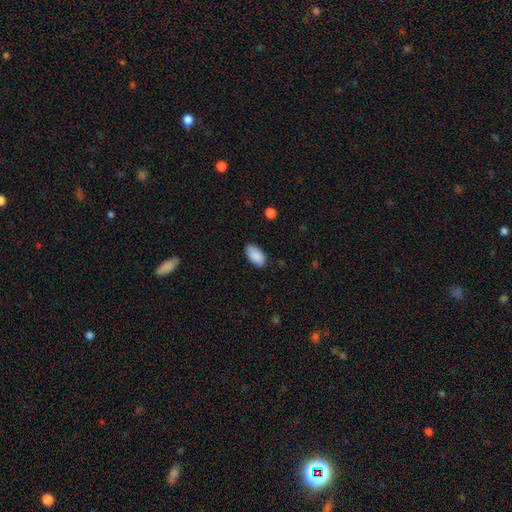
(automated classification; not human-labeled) This is clearly a smooth galaxy (90%). How rounded: clearly in between (95%). Merging: clearly none (86%).